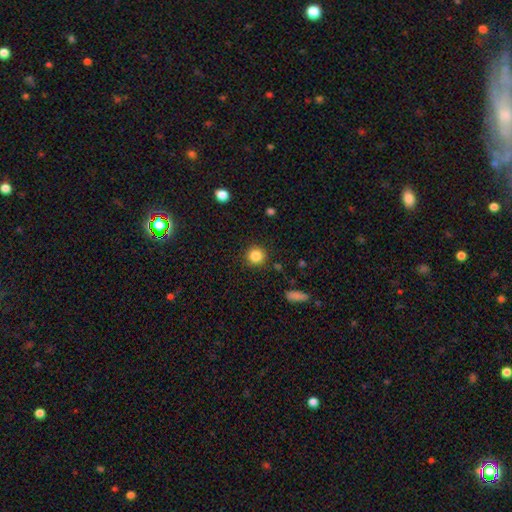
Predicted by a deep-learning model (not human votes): The model was most divided on "smooth or featured": smooth: 85%, star or artifact: 10%, featured or disk: 5%. More confident: how rounded — round (92%); merging — none (90%).